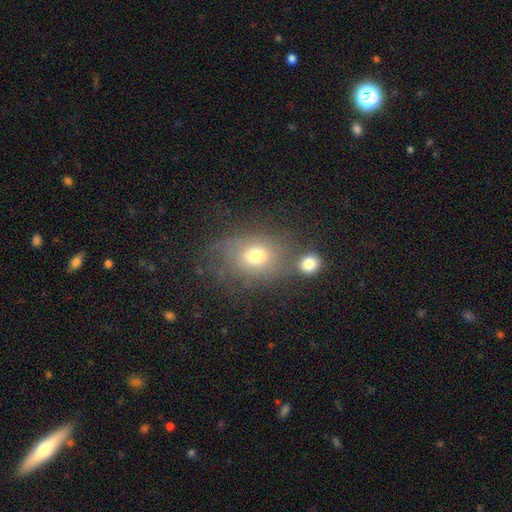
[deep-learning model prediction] Smooth or featured? Predicted: smooth (p=0.66). How rounded? Predicted: in between (p=0.55). Merging? Predicted: none (p=0.49).